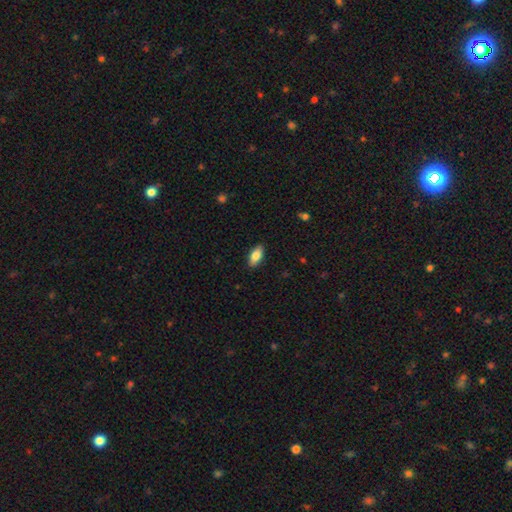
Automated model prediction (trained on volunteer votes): The model was most divided on "smooth or featured": smooth: 82%, featured or disk: 11%, star or artifact: 7%. More confident: how rounded — in between (89%); merging — none (89%).